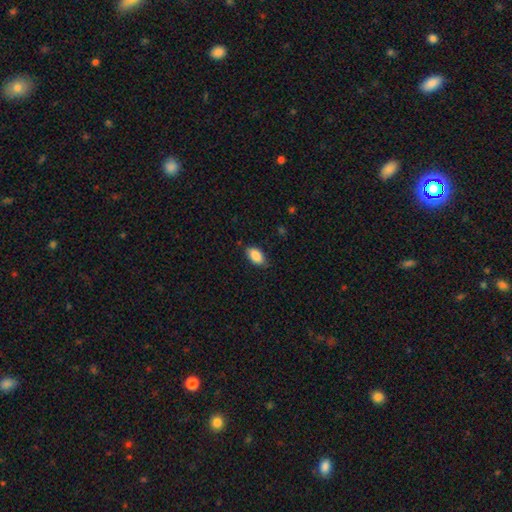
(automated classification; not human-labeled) The model was most divided on "merging": none: 78%, minor disturbance: 17%, major disturbance: 3%, merger: 1%. More confident: how rounded — in between (93%); smooth or featured — smooth (89%).